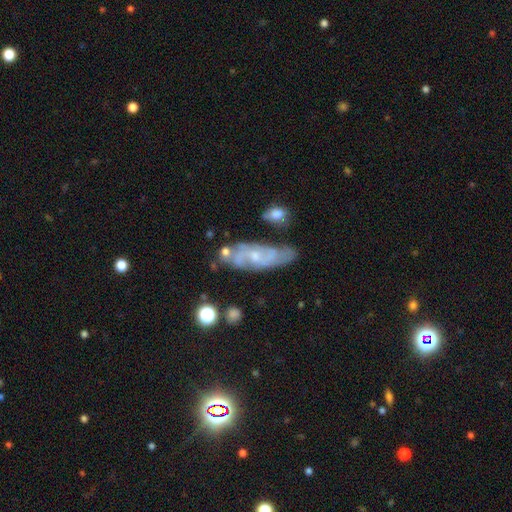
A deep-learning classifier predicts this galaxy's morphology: type=featured or disk (75%); edge-on=no (87%); bar=no (60%); spiral arms=yes (89%); winding=tight (43%); arm count=2 (48%); bulge=small (64%); merging=none (61%).